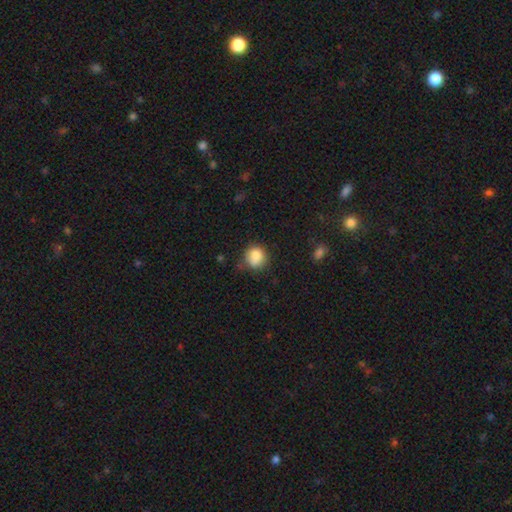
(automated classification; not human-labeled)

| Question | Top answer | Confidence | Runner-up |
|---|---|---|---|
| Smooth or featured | smooth | 83% | star or artifact (9%) |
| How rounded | round | 82% | in between (17%) |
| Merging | none | 66% | minor disturbance (22%) |